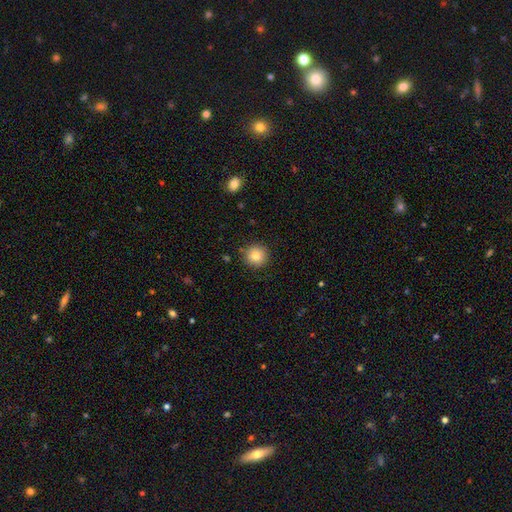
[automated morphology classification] smooth 82%, star or artifact 10%, featured or disk 8%. Down the decision tree: how rounded — round (94%); merging — none (89%).